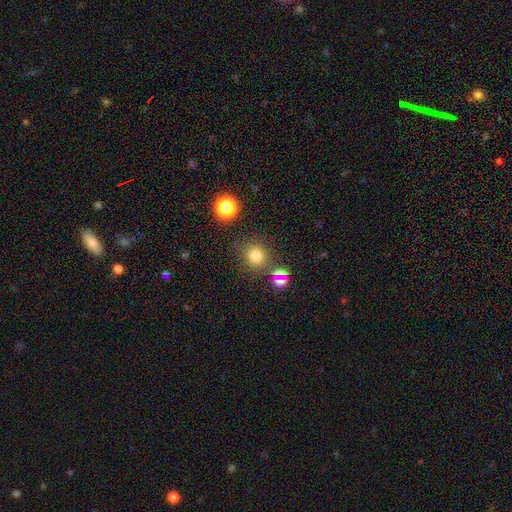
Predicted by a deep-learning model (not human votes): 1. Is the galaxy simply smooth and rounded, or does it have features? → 75% smooth, 19% star or artifact, 6% featured or disk.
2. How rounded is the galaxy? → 93% round, 6% in between, 1% cigar-shaped.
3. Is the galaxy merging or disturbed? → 81% none, 9% minor disturbance, 7% merger, 4% major disturbance.